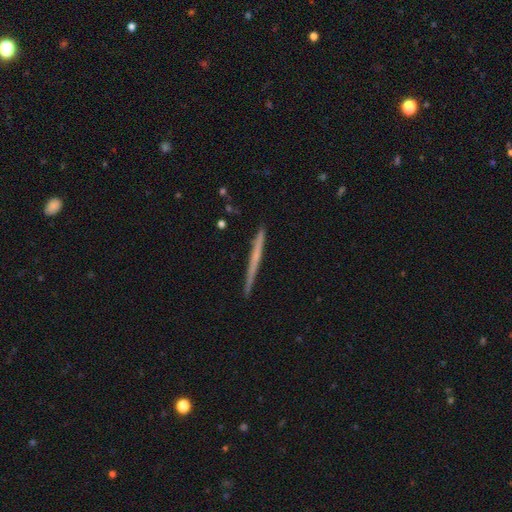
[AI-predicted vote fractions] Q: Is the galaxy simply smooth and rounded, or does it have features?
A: featured or disk — 53%.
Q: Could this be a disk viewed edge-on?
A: yes — 98%.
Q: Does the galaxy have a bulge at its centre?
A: none — 84%.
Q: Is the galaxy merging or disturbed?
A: none — 90%.